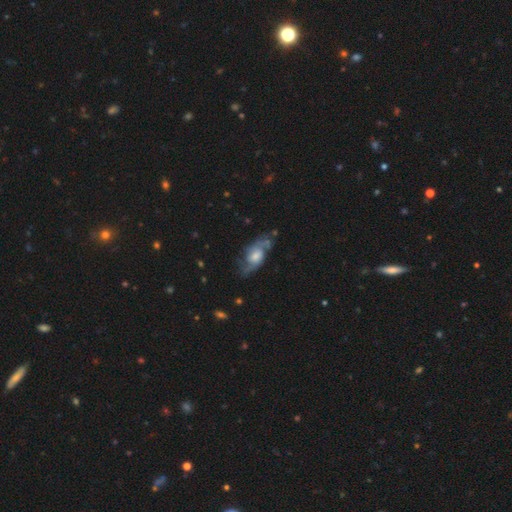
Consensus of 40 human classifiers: smooth_or_featured: featured or disk (p=0.60) [alt: smooth p=0.30]
disk_edge_on: no (p=0.92) [alt: yes p=0.08]
bar: no (p=0.50) [alt: weak p=0.45]
has_spiral_arms: yes (p=0.95) [alt: no p=0.05]
spiral_winding: medium (p=0.57) [alt: loose p=0.38]
spiral_arm_count: 2 (p=0.90) [alt: 1 p=0.05]
bulge_size: large (p=0.50) [alt: moderate p=0.27]
merging: none (p=0.47) [alt: minor disturbance p=0.31]